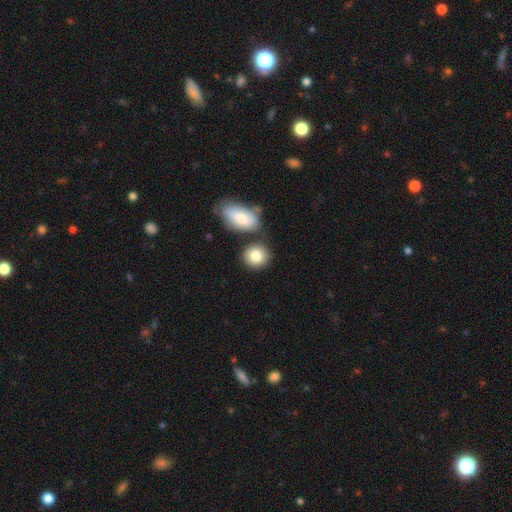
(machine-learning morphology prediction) This appears to be a smooth galaxy with no disk features (83%) that is round (75%). Merging: none (68%).